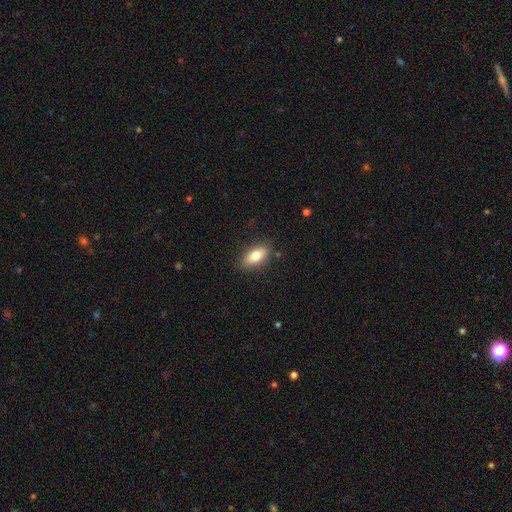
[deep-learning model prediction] This is likely a smooth galaxy (76%). How rounded: clearly in between (86%). Merging: clearly none (85%).